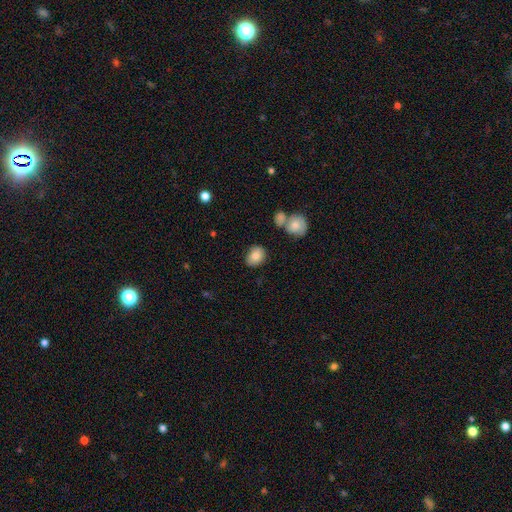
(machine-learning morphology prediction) The model was most divided on "how rounded": in between: 56%, round: 42%, cigar-shaped: 1%. More confident: smooth or featured — smooth (83%); merging — none (81%).